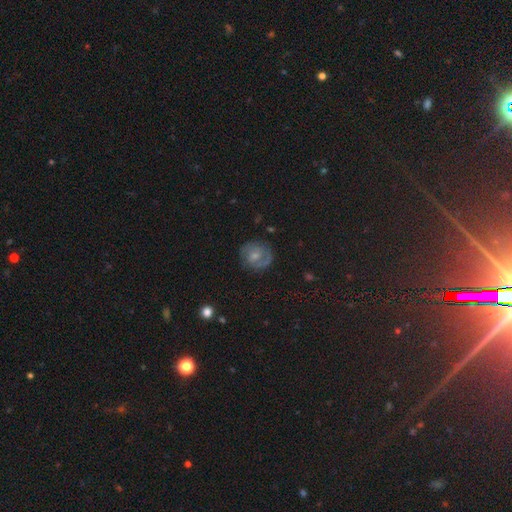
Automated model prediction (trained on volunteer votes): smooth-or-featured: featured or disk: 60% | smooth: 30% | star or artifact: 10%
  disk-edge-on: no: 97% | yes: 3%
    bar: no: 52% | weak: 41% | strong: 7%
    has-spiral-arms: yes: 84% | no: 16%
    bulge-size: small: 47% | moderate: 40% | none: 8% | large: 4% | dominant: 1%
  merging: none: 75% | minor disturbance: 16% | major disturbance: 7% | merger: 2%